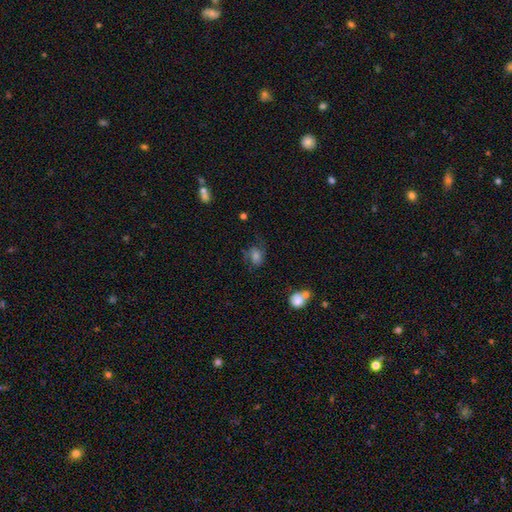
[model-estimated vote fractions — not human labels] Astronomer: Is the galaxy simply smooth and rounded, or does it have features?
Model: smooth — 51% (runner-up: featured or disk, 36%).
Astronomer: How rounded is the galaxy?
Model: in between — 51% (runner-up: round, 48%).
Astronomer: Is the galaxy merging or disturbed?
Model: none — 55%.